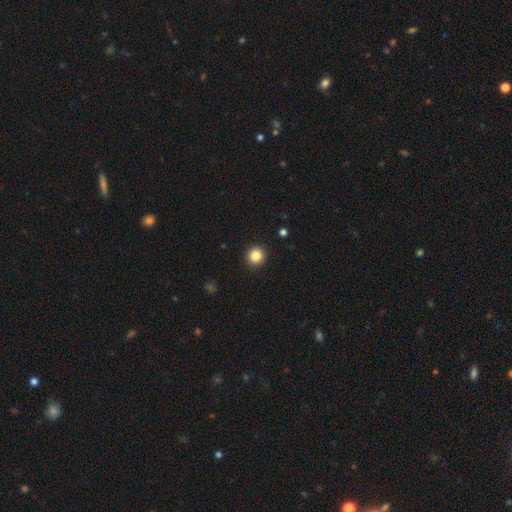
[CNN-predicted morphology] smooth_or_featured: smooth (p=0.85) [alt: star or artifact p=0.11]
how_rounded: round (p=0.94) [alt: in between p=0.05]
merging: none (p=0.93) [alt: minor disturbance p=0.04]